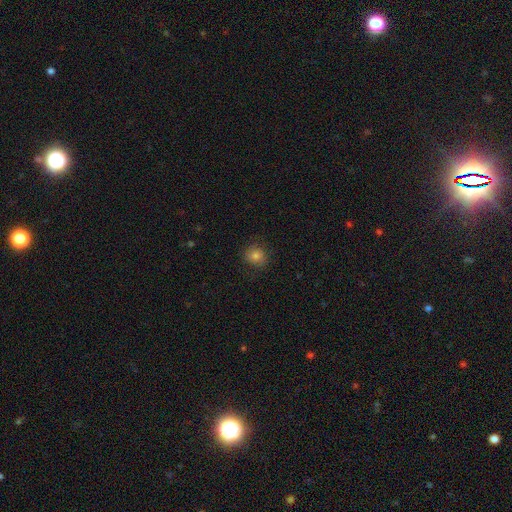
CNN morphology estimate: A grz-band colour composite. It shows a smooth galaxy with no disk features (80%) that is round (86%). Merging: none (83%).